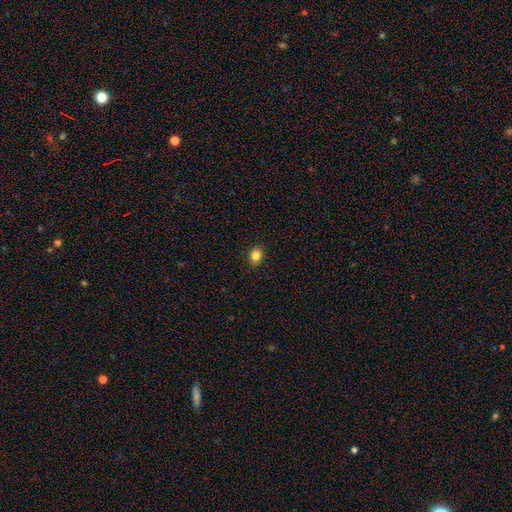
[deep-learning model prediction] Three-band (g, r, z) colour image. It shows a smooth galaxy with no disk features (83%) that is round (56%). Merging: none (91%).